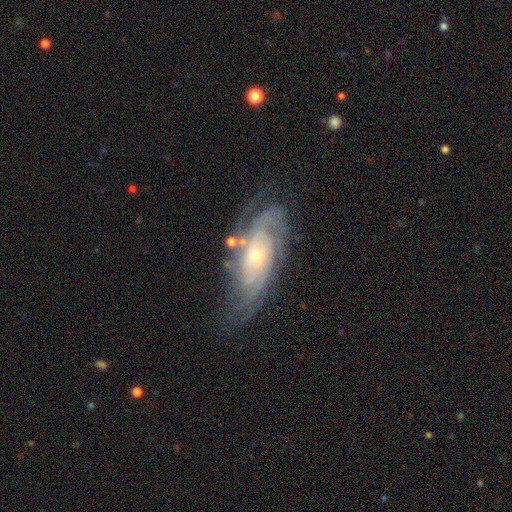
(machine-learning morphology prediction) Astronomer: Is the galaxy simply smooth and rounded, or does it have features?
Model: featured or disk — 84%.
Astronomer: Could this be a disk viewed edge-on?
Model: no — 91%.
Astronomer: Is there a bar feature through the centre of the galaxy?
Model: no — 71%.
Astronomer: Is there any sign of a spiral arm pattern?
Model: yes — 95%.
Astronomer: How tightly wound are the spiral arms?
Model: tight — 65%.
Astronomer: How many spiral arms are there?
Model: can't tell — 38% (runner-up: 2, 18%).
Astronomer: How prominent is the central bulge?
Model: small — 68%.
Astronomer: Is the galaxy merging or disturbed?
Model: none — 68%.